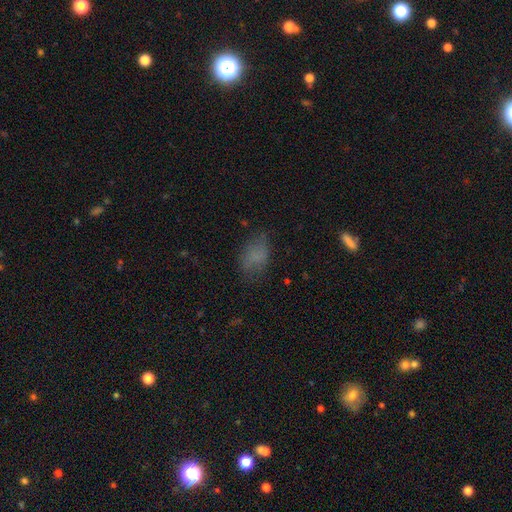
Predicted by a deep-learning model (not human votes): Overall: smooth (70%). How rounded: in between (87%). Merging: none (62%; minor disturbance 24%).